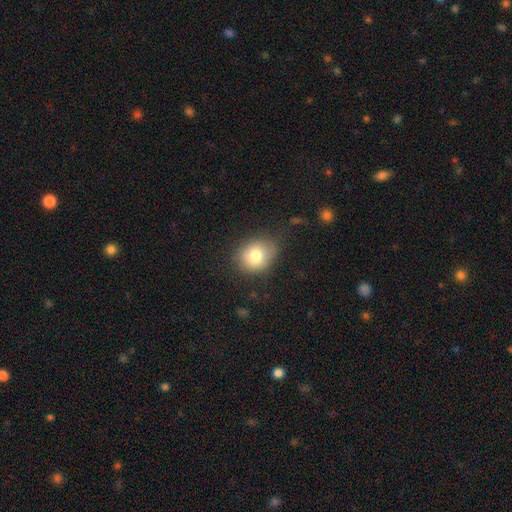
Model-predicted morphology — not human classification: Overall: smooth (78%). How rounded: round (59%; in between 41%). Merging: none (71%).